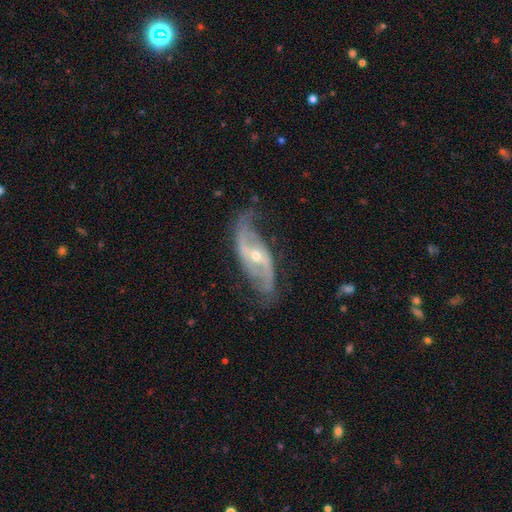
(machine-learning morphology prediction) The model was most divided on "bar": no: 39%, weak: 35%, strong: 26%. More confident: spiral arms — yes (95%); edge-on disk — no (93%); spiral arm count — 2 (90%); smooth or featured — featured or disk (88%); merging — none (71%); bulge size — small (58%); spiral winding — loose (57%).